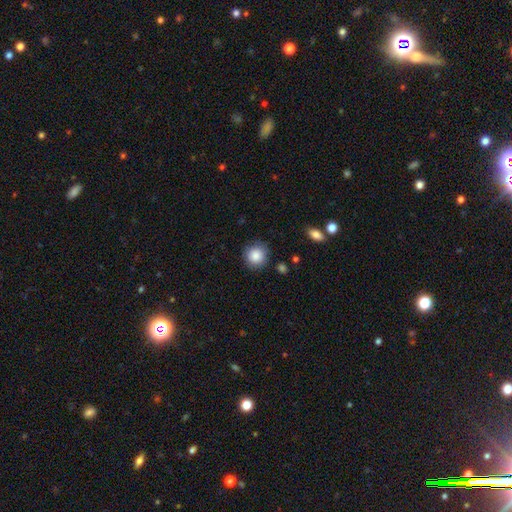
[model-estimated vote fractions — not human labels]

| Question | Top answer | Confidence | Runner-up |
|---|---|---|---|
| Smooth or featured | smooth | 87% | star or artifact (8%) |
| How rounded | round | 92% | in between (7%) |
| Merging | none | 86% | minor disturbance (10%) |